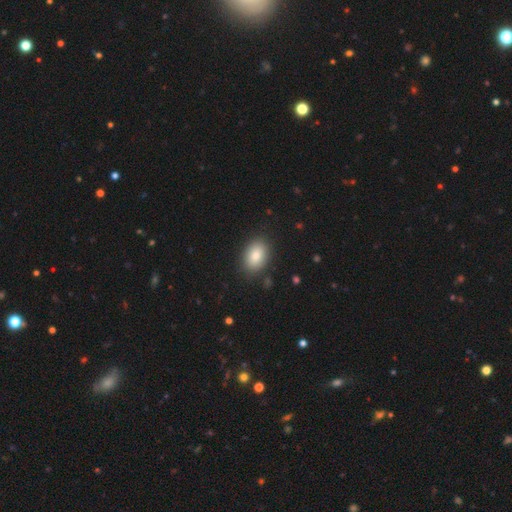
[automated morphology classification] Smooth or featured? smooth (85%)
How rounded? in between (84%)
Merging? none (85%)